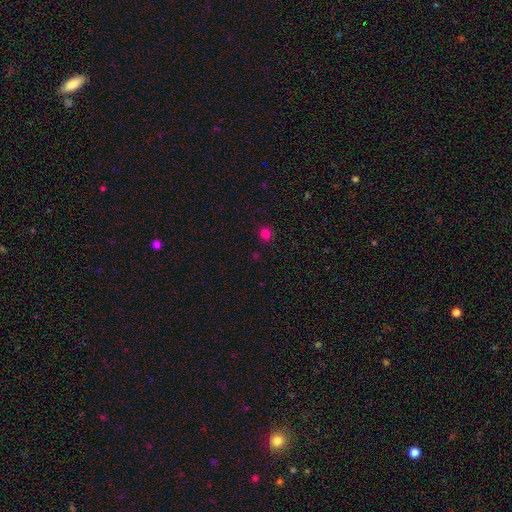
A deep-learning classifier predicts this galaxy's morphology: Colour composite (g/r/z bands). It shows a smooth galaxy with no disk features (68%) that is round (91%). Merging: none (90%).